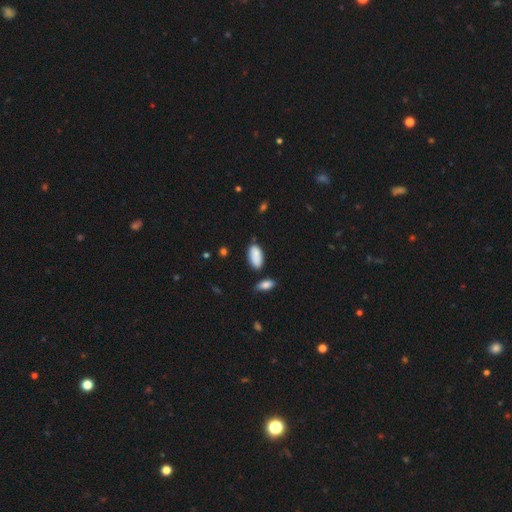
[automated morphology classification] This is clearly a smooth galaxy (86%). How rounded: clearly in between (93%). Merging: likely none (71%).